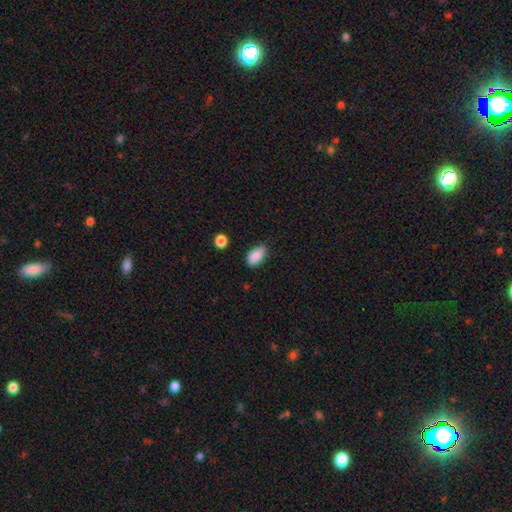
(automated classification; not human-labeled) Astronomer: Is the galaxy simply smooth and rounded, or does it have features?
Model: smooth — 88%.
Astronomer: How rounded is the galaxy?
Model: in between — 92%.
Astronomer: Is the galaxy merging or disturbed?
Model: none — 80%.